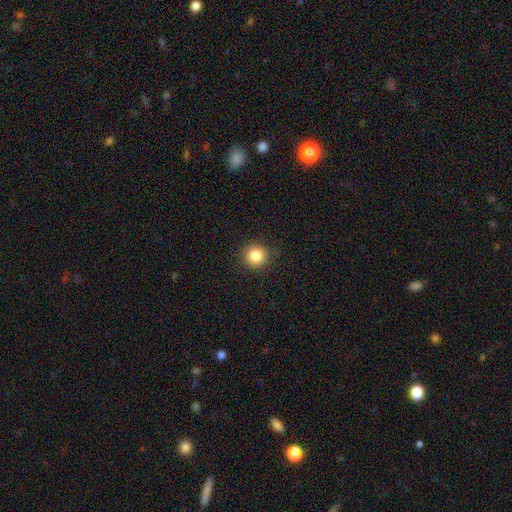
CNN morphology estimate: Smooth or featured? smooth (85%)
How rounded? round (94%)
Merging? none (91%)